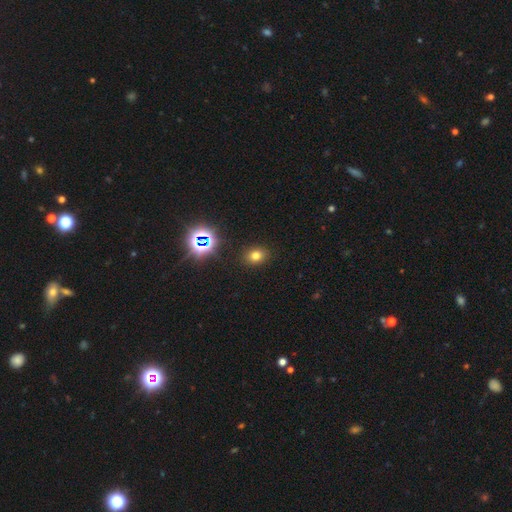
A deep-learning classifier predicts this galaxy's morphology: Smooth or featured? smooth (72%)
How rounded? in between (54%)
Merging? none (87%)